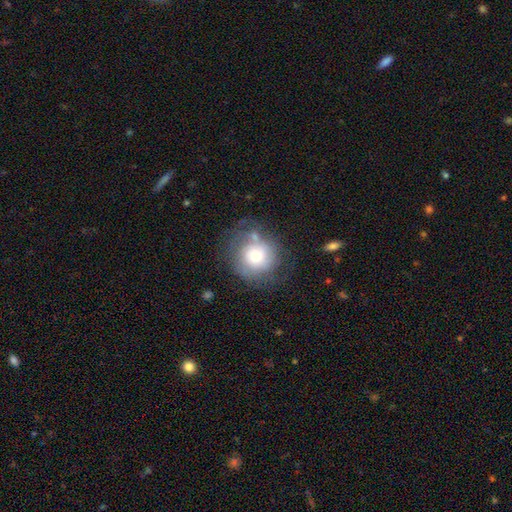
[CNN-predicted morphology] Q: Smooth or featured?
A: smooth (60%); runner-up: featured or disk (30%)
Q: How rounded?
A: round (88%); runner-up: in between (12%)
Q: Merging?
A: none (60%); runner-up: minor disturbance (22%)